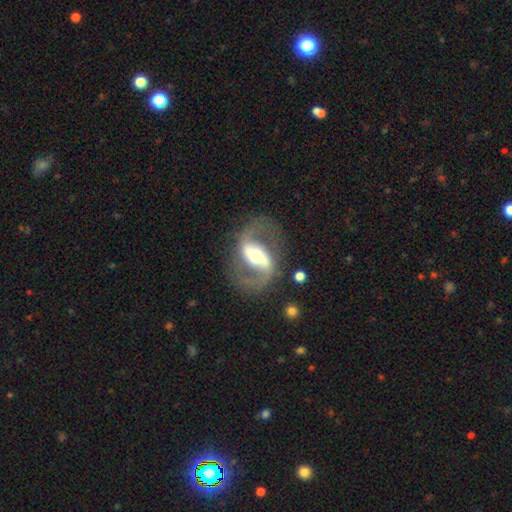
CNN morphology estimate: smooth_or_featured: featured or disk (p=0.87) [alt: smooth p=0.08]
disk_edge_on: no (p=0.96) [alt: yes p=0.04]
bar: strong (p=0.51) [alt: weak p=0.33]
has_spiral_arms: yes (p=0.92) [alt: no p=0.08]
spiral_winding: medium (p=0.50) [alt: loose p=0.40]
spiral_arm_count: 2 (p=0.92) [alt: can't tell p=0.02]
bulge_size: moderate (p=0.61) [alt: large p=0.24]
merging: none (p=0.73) [alt: minor disturbance p=0.13]